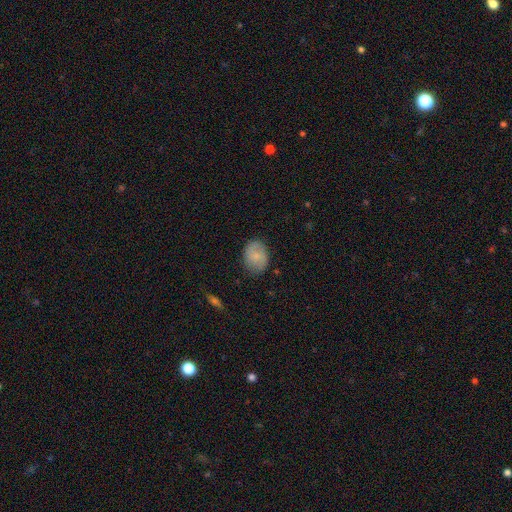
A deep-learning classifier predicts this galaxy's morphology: Smooth or featured? Predicted: smooth (p=0.76). How rounded? Predicted: in between (p=0.66). Merging? Predicted: none (p=0.78).